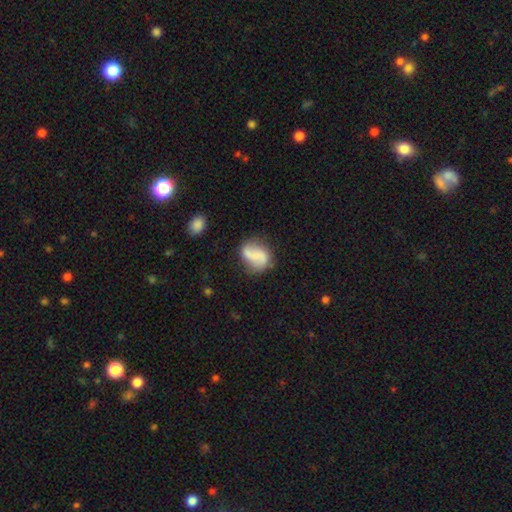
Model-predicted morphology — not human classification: This is possibly a featured or disk galaxy (52%). It is clearly not viewed edge-on (97%). Bar: marginally no (41%). Spiral arm pattern: clearly yes (81%). Central bulge: possibly none (54%). Merging: possibly none (59%).